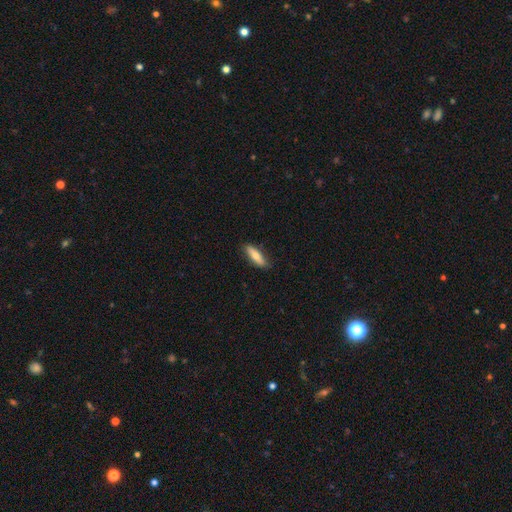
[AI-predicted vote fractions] The model was most divided on "how rounded": cigar-shaped: 51%, in between: 47%, round: 2%. More confident: merging — none (84%); smooth or featured — smooth (74%).